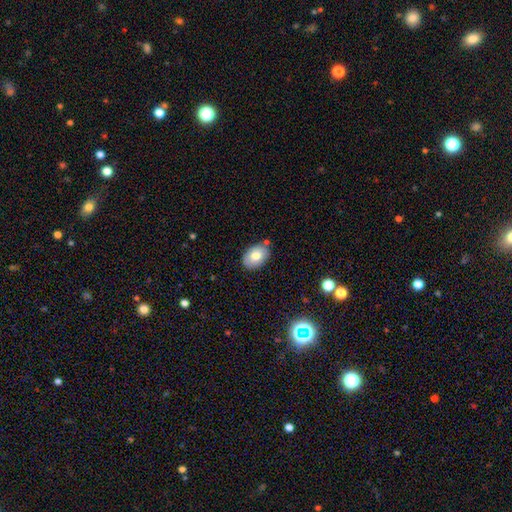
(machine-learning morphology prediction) smooth_or_featured: smooth (p=0.79) [alt: featured or disk p=0.14]
how_rounded: in between (p=0.84) [alt: round p=0.15]
merging: none (p=0.78) [alt: minor disturbance p=0.15]